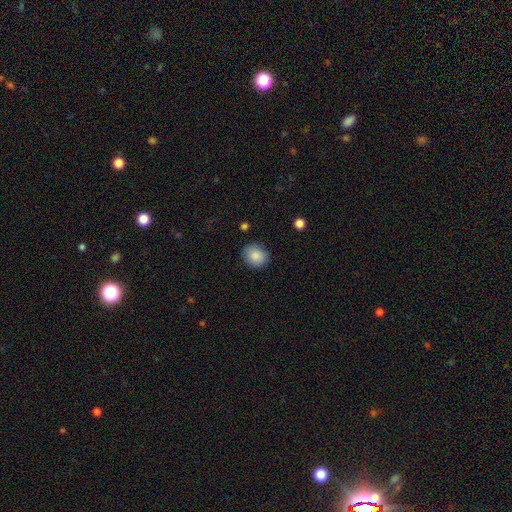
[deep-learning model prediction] Smooth or featured? Predicted: smooth (p=0.87). How rounded? Predicted: round (p=0.68). Merging? Predicted: none (p=0.85).